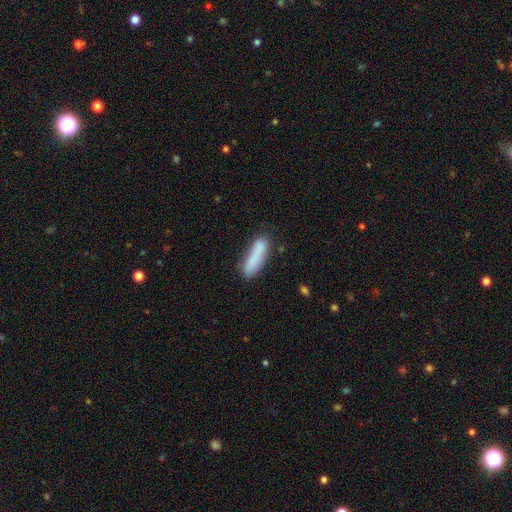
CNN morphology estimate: type=smooth (82%); roundness=cigar-shaped (73%); merging=none (72%).